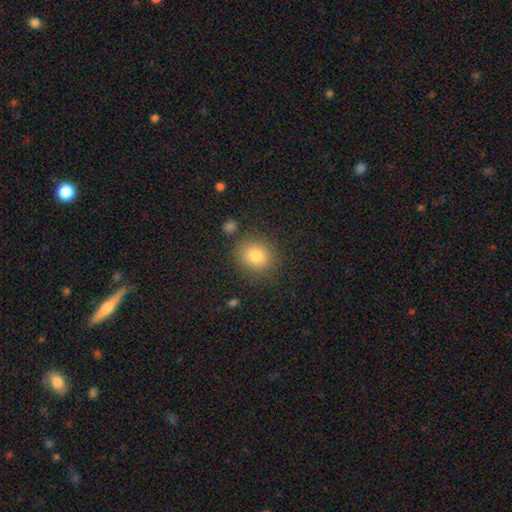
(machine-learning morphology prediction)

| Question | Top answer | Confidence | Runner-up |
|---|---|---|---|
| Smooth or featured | smooth | 81% | star or artifact (11%) |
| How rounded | round | 79% | in between (20%) |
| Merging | none | 83% | minor disturbance (10%) |